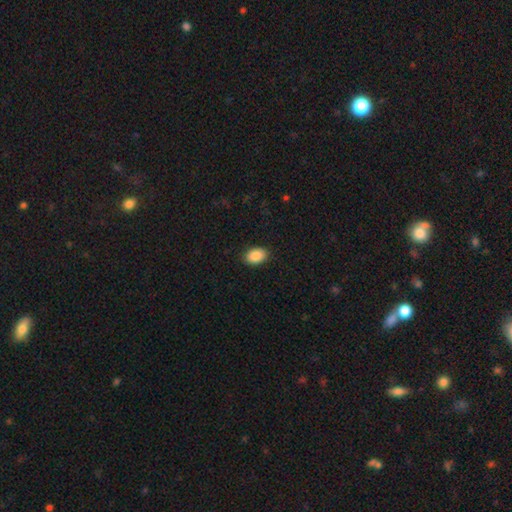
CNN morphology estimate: Smooth or featured? Predicted: smooth (p=0.90). How rounded? Predicted: in between (p=0.87). Merging? Predicted: none (p=0.90).